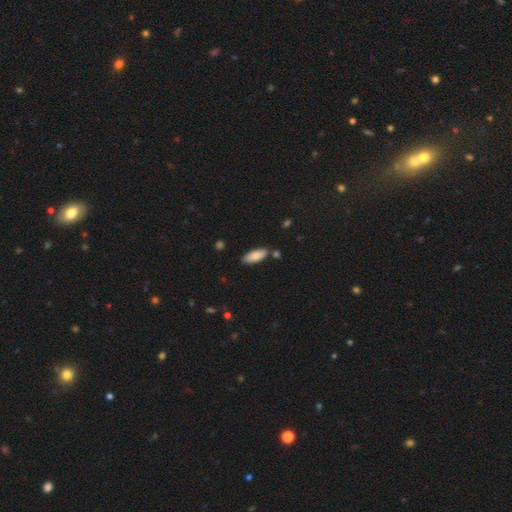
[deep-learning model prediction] smooth_or_featured: smooth (p=0.86) [alt: featured or disk p=0.08]
how_rounded: in between (p=0.78) [alt: cigar-shaped p=0.21]
merging: none (p=0.79) [alt: minor disturbance p=0.13]